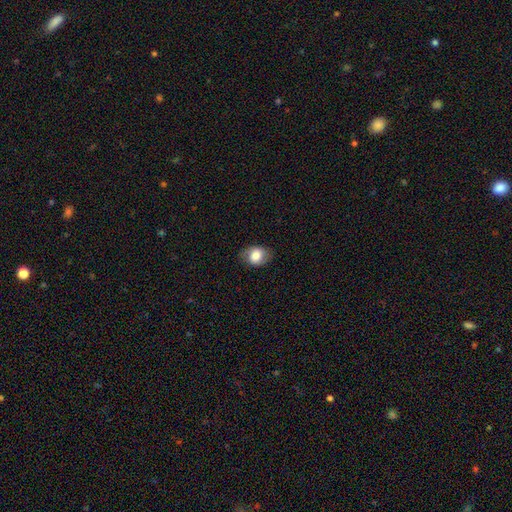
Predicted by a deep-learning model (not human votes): Smooth or featured? smooth (76%)
How rounded? in between (62%)
Merging? none (78%)